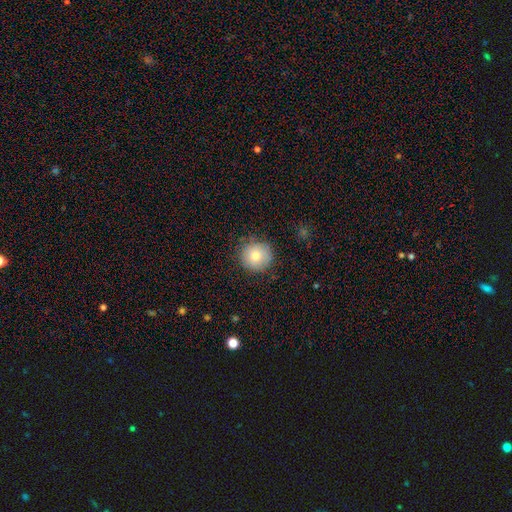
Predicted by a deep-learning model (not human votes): The model was most divided on "smooth or featured": smooth: 80%, featured or disk: 11%, star or artifact: 9%. More confident: how rounded — round (93%); merging — none (83%).